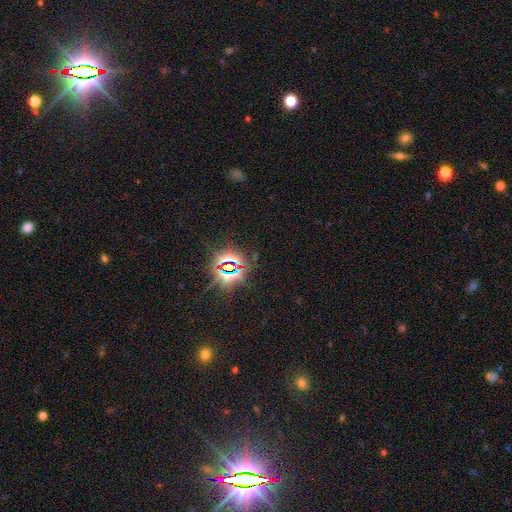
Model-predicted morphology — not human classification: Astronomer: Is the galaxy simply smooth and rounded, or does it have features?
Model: star or artifact — 81%.